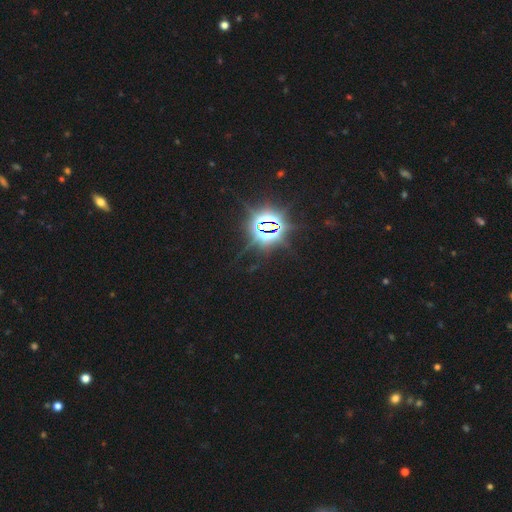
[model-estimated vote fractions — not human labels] Morphology: type=star or artifact (85%).